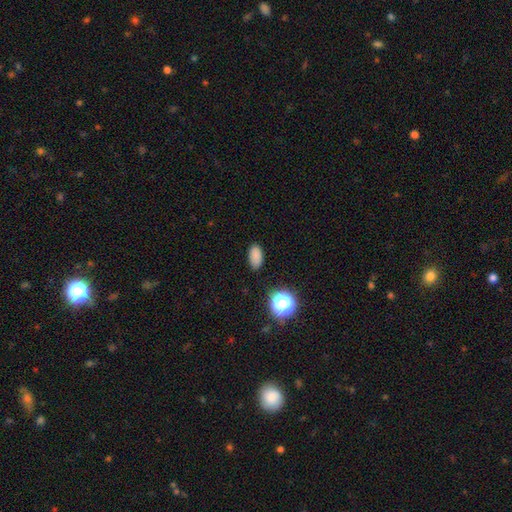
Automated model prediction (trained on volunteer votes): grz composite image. It shows a smooth galaxy with no disk features (83%) that is in between round and cigar-shaped (90%). Merging: none (81%).